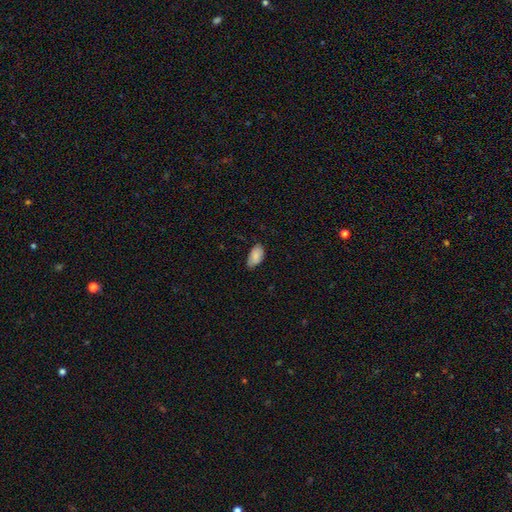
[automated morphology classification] smooth_or_featured: smooth (p=0.86) [alt: featured or disk p=0.07]
how_rounded: in between (p=0.95) [alt: round p=0.03]
merging: none (p=0.68) [alt: minor disturbance p=0.27]